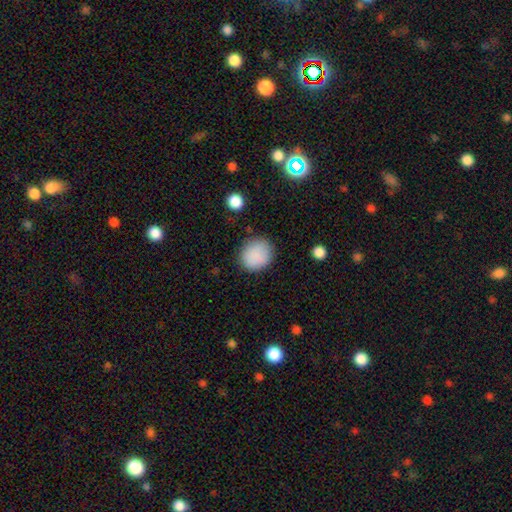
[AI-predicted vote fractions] Q: Smooth or featured?
A: smooth (88%); runner-up: star or artifact (8%)
Q: How rounded?
A: round (78%); runner-up: in between (21%)
Q: Merging?
A: none (84%); runner-up: minor disturbance (11%)